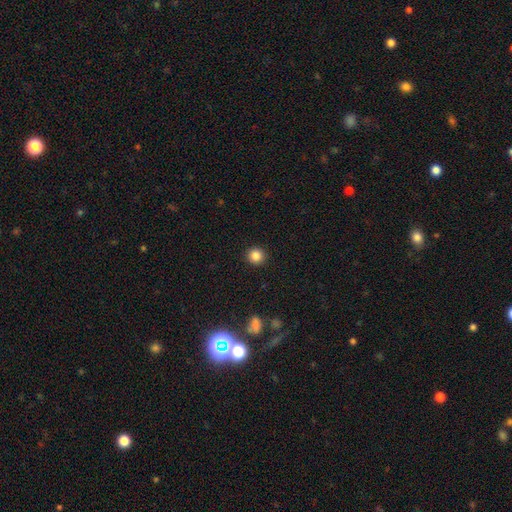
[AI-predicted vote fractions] Overall: smooth (85%). How rounded: round (93%). Merging: none (92%).